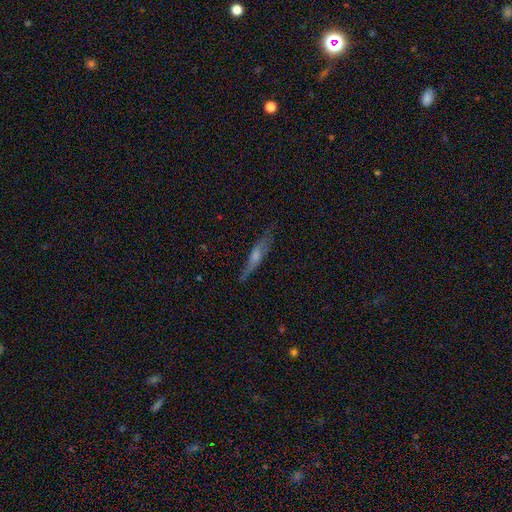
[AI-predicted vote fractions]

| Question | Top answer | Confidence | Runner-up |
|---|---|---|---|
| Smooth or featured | featured or disk | 61% | smooth (31%) |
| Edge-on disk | yes | 87% | no (13%) |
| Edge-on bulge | rounded | 74% | none (17%) |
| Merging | none | 77% | minor disturbance (17%) |